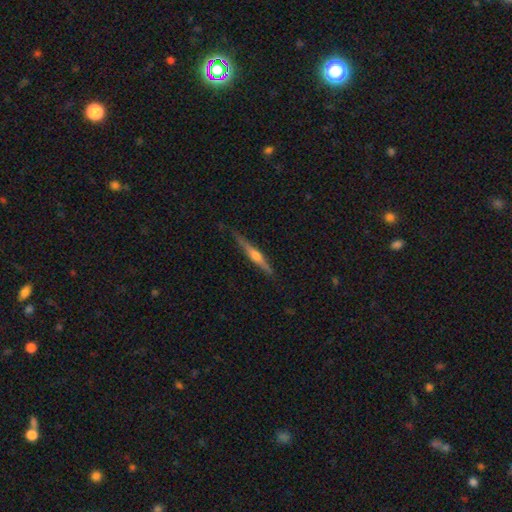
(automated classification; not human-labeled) The model was most divided on "smooth or featured": featured or disk: 67%, smooth: 27%, star or artifact: 6%. More confident: edge-on disk — yes (97%); edge-on bulge — rounded (85%); merging — none (80%).